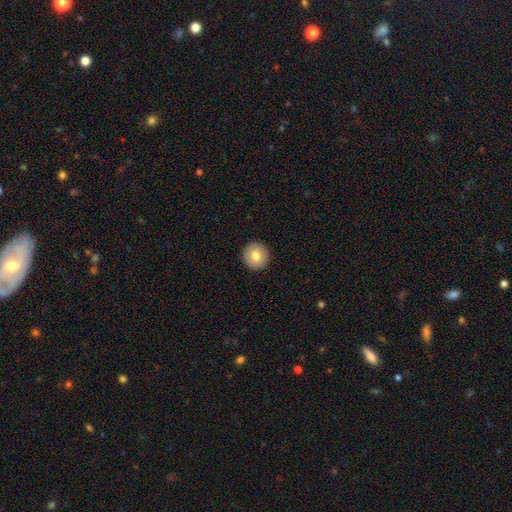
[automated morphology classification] A smooth galaxy with no disk features (80%) that is round (95%).

Vote fractions:
- Smooth or featured? smooth: 80% / featured or disk: 12% / star or artifact: 8%
- How rounded? round: 95% / in between: 4% / cigar-shaped: 1%
- Merging? none: 93% / minor disturbance: 5% / major disturbance: 1% / merger: 1%